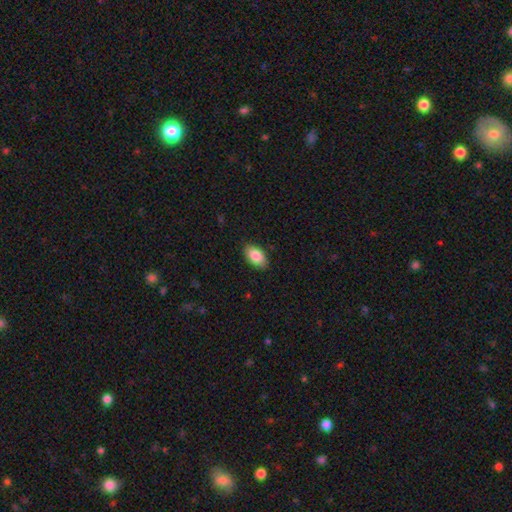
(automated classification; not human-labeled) smooth 87%, featured or disk 7%, star or artifact 7%. Down the decision tree: how rounded — in between (93%); merging — none (87%).